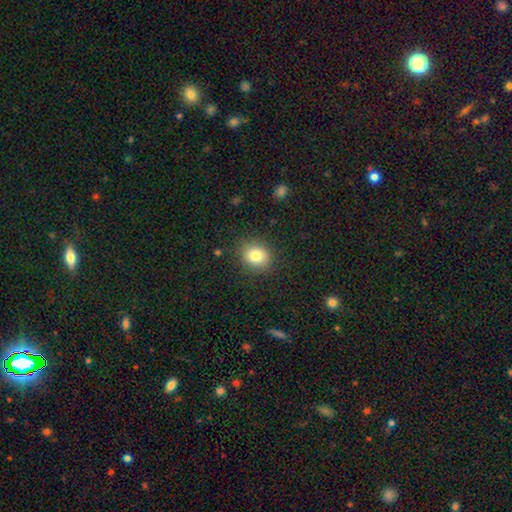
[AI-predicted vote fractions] A smooth galaxy with no disk features (81%) that is round (65%).

Vote fractions:
- Smooth or featured? smooth: 81% / star or artifact: 11% / featured or disk: 9%
- How rounded? round: 65% / in between: 34% / cigar-shaped: 1%
- Merging? none: 86% / minor disturbance: 9% / major disturbance: 3% / merger: 1%